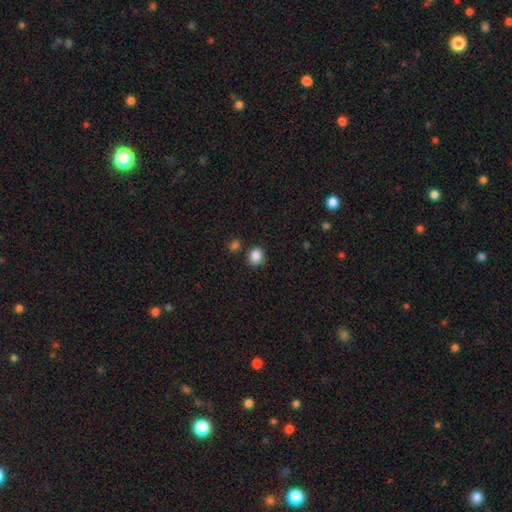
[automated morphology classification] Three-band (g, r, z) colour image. It shows a smooth galaxy with no disk features (87%) that is round (65%). Merging: none (78%).